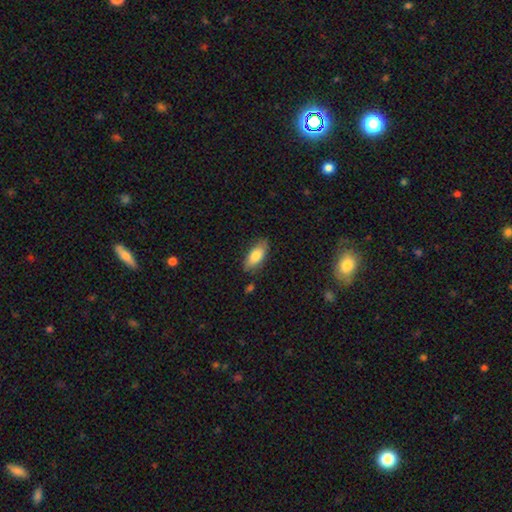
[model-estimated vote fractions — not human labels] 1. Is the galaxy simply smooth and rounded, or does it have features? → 78% smooth, 15% featured or disk, 6% star or artifact.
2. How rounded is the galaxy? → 87% in between, 11% cigar-shaped, 3% round.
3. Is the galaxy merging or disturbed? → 78% none, 17% minor disturbance, 3% major disturbance, 3% merger.